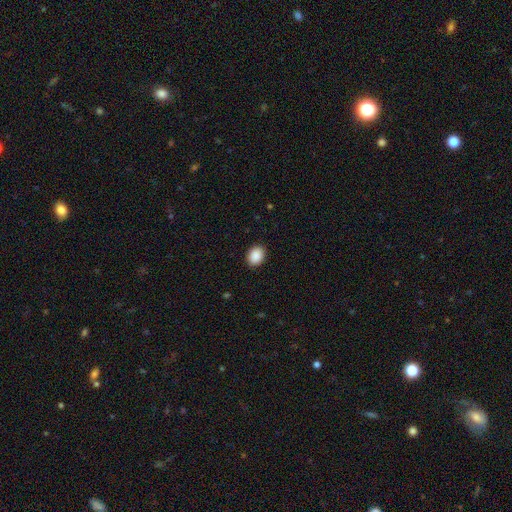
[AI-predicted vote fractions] smooth_or_featured: smooth (p=0.90) [alt: star or artifact p=0.08]
how_rounded: in between (p=0.63) [alt: round p=0.36]
merging: none (p=0.90) [alt: minor disturbance p=0.07]